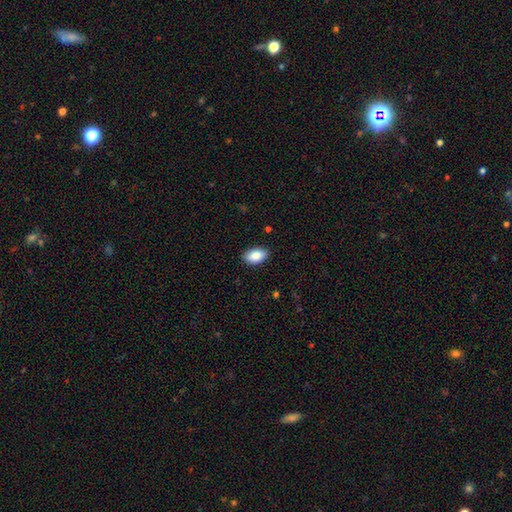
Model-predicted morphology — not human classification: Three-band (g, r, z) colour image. It shows a smooth galaxy with no disk features (88%) that is in between round and cigar-shaped (93%). Merging: none (88%).